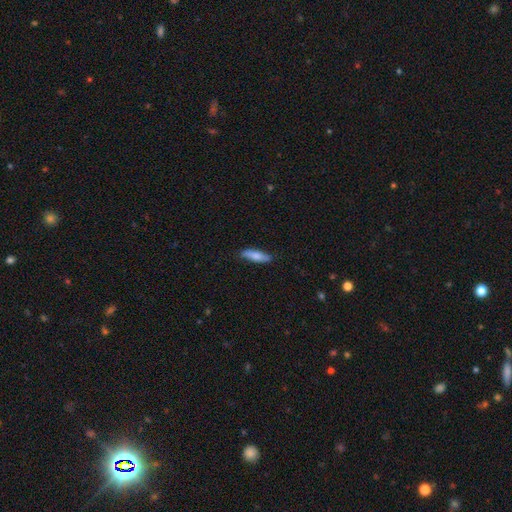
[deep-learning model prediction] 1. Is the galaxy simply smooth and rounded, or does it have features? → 73% smooth, 21% featured or disk, 6% star or artifact.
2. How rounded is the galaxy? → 65% cigar-shaped, 33% in between, 2% round.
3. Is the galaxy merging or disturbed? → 82% none, 14% minor disturbance, 2% major disturbance, 1% merger.